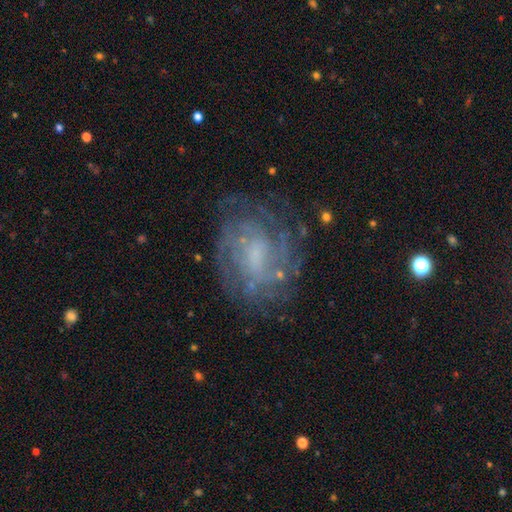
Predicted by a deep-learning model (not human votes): A featured or disk galaxy (77%) with no bar (46%), tight (57%) spiral arms (84%) and a small central bulge (38%).

Vote fractions:
- Smooth or featured? featured or disk: 77% / smooth: 14% / star or artifact: 10%
- Edge-on disk? no: 97% / yes: 3%
- Bar? no: 46% / weak: 44% / strong: 10%
- Spiral arms? yes: 84% / no: 16%
- Spiral winding? tight: 57% / medium: 32% / loose: 10%
- Spiral arm count? can't tell: 53% / 2: 14% / 3: 12% / 4: 10% / more than 4: 6% / 1: 5%
- Bulge size? small: 38% / none: 31% / moderate: 25% / large: 4% / dominant: 1%
- Merging? none: 71% / minor disturbance: 17% / major disturbance: 11% / merger: 2%